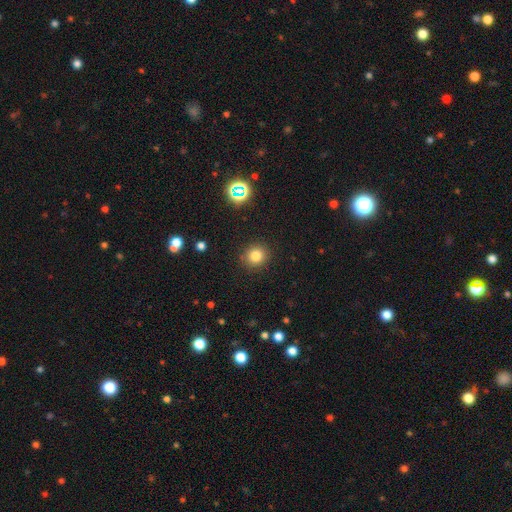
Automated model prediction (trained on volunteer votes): A smooth galaxy with no disk features (79%) that is round (88%). Merging: none (90%).